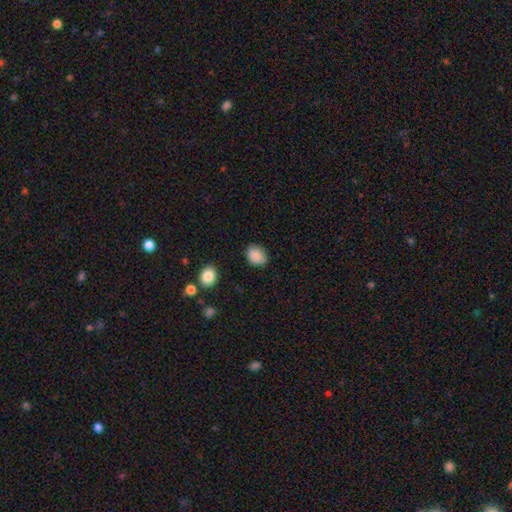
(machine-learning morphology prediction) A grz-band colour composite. It shows a smooth galaxy with no disk features (87%) that is in between round and cigar-shaped (55%). Merging: none (80%).